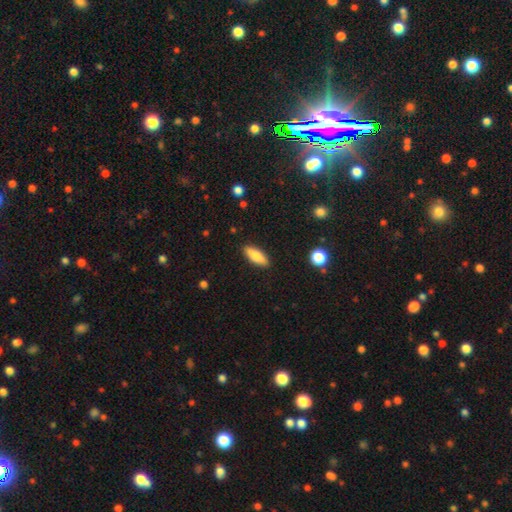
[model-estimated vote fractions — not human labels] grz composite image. It shows a smooth galaxy with no disk features (75%) that is in between round and cigar-shaped (60%). Merging: none (88%).